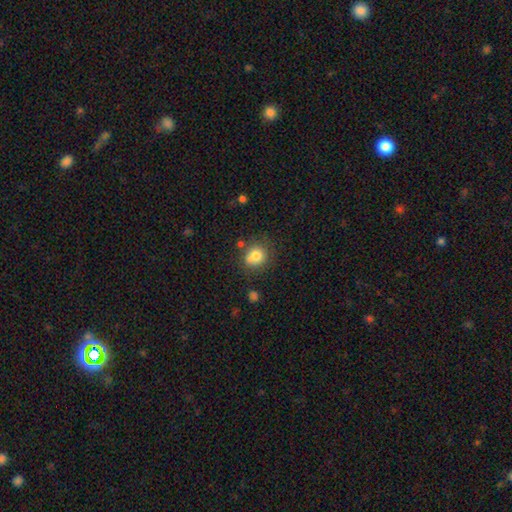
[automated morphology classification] The model was most divided on "merging": none: 65%, minor disturbance: 18%, merger: 11%, major disturbance: 6%. More confident: smooth or featured — smooth (80%); how rounded — round (77%).